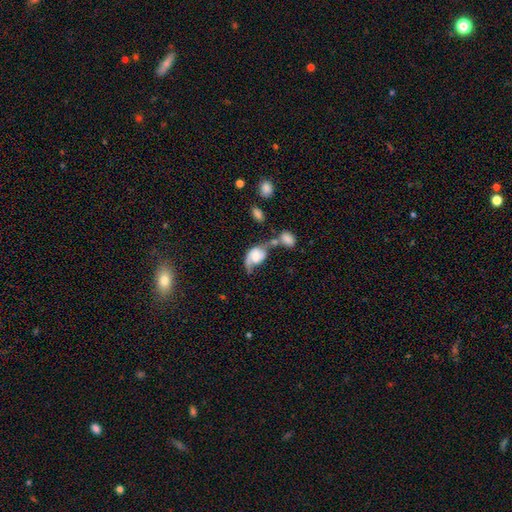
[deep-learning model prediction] smooth_or_featured: featured or disk (p=0.62) [alt: smooth p=0.30]
disk_edge_on: no (p=0.96) [alt: yes p=0.04]
bar: no (p=0.59) [alt: weak p=0.31]
has_spiral_arms: yes (p=0.85) [alt: no p=0.15]
spiral_winding: loose (p=0.53) [alt: medium p=0.33]
spiral_arm_count: 2 (p=0.57) [alt: 1 p=0.35]
bulge_size: large (p=0.25) [tied with: moderate p=0.25]
merging: merger (p=0.31) [alt: major disturbance p=0.27]